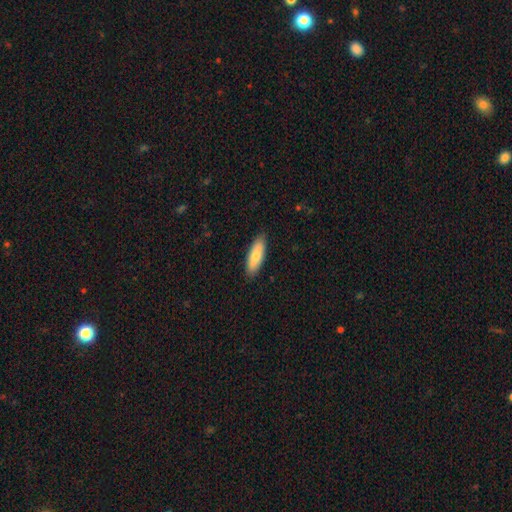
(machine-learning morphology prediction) This is likely a smooth galaxy (78%). How rounded: possibly in between (59%). Merging: clearly none (88%).